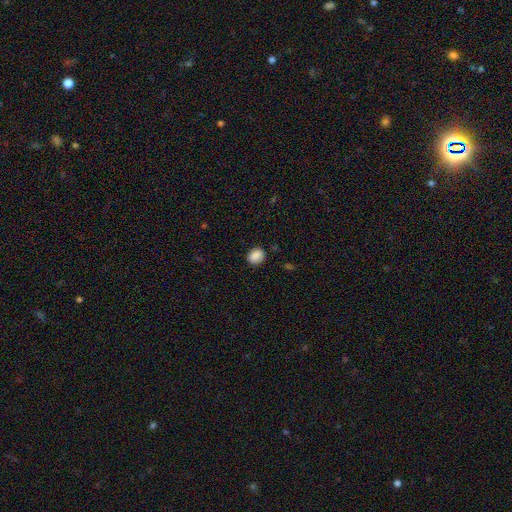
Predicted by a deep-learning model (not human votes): Smooth or featured: smooth — 88% (star or artifact — 8%)
How rounded: in between — 57% (round — 42%)
Merging: none — 84% (minor disturbance — 12%)